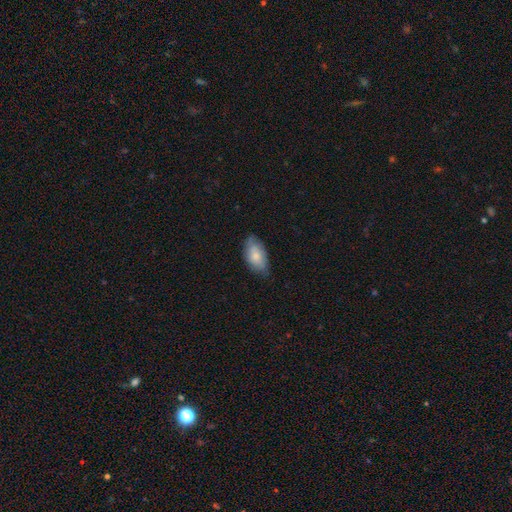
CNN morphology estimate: type=smooth (76%); roundness=in between (94%); merging=none (70%).